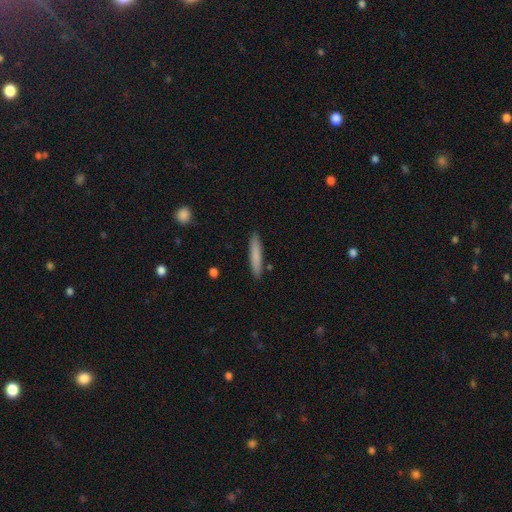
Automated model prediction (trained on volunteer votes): smooth-or-featured: smooth: 79% | featured or disk: 15% | star or artifact: 6%
  how-rounded: cigar-shaped: 92% | in between: 7% | round: 1%
  merging: none: 89% | minor disturbance: 8% | merger: 2% | major disturbance: 2%